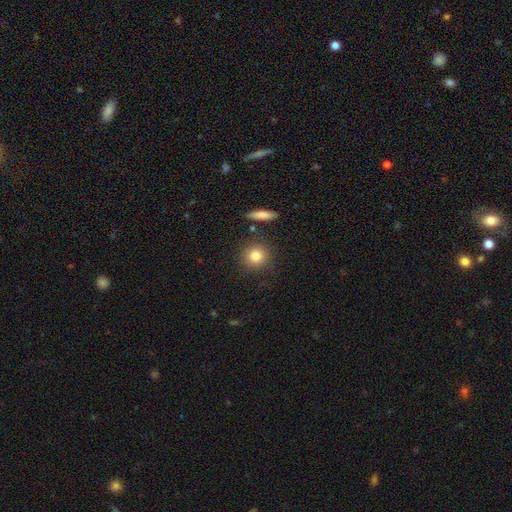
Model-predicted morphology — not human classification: Overall: smooth (83%). How rounded: round (89%). Merging: none (85%).